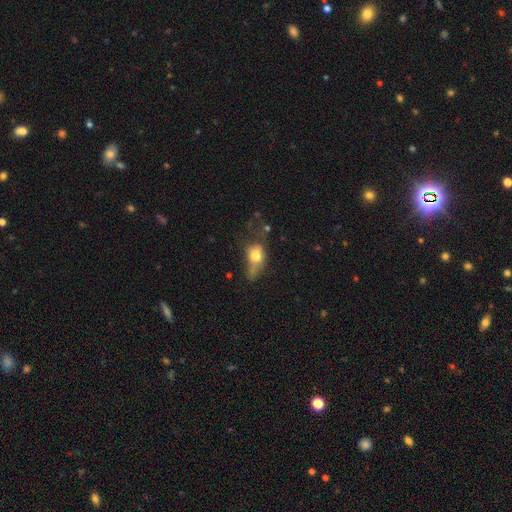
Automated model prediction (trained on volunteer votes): This appears to be a smooth galaxy with no disk features (66%) that is in between round and cigar-shaped (70%). Merging: major disturbance (41%).